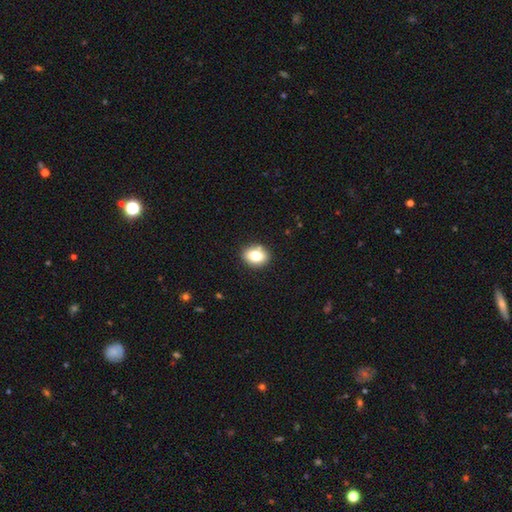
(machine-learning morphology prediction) This is likely a smooth galaxy (78%). How rounded: possibly in between (55%). Merging: clearly none (84%).